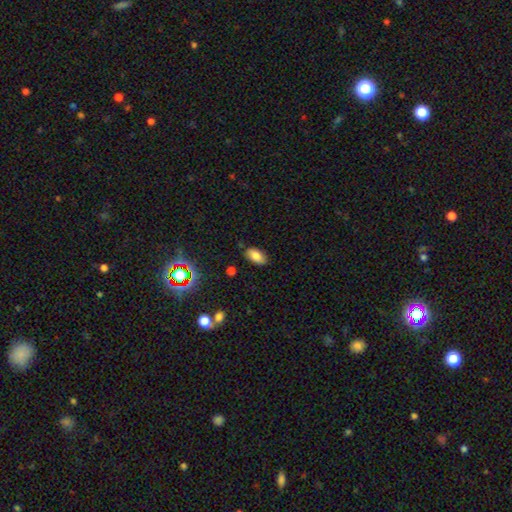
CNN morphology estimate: This appears to be a smooth galaxy with no disk features (79%) that is in between round and cigar-shaped (92%). Merging: none (84%).